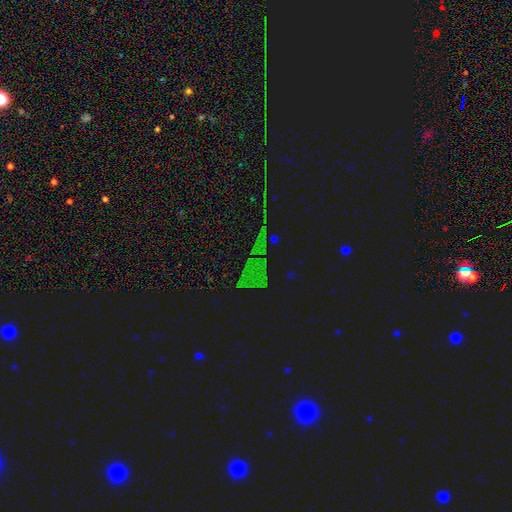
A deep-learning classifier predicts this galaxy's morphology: Smooth or featured?
  - star or artifact: 78% *
  - smooth: 12%
  - featured or disk: 10%